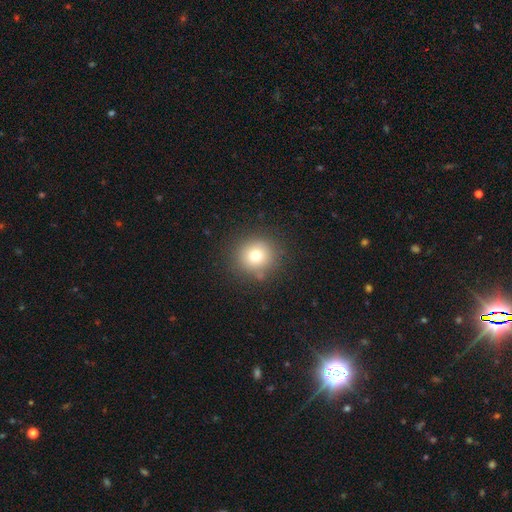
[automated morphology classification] type=smooth (75%); roundness=round (91%); merging=none (85%).